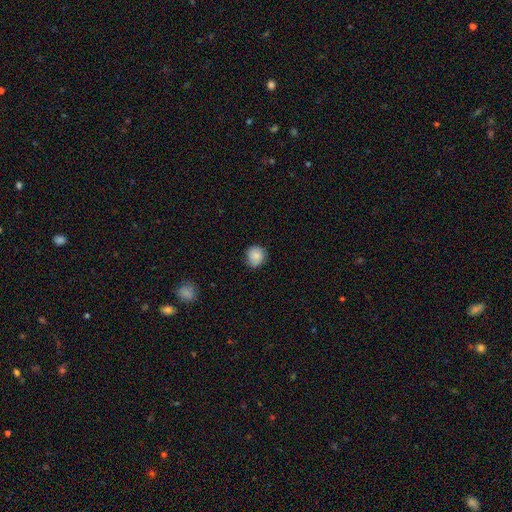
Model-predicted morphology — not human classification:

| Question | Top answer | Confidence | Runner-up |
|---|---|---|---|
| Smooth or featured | smooth | 84% | featured or disk (8%) |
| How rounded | round | 88% | in between (11%) |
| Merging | none | 78% | minor disturbance (18%) |